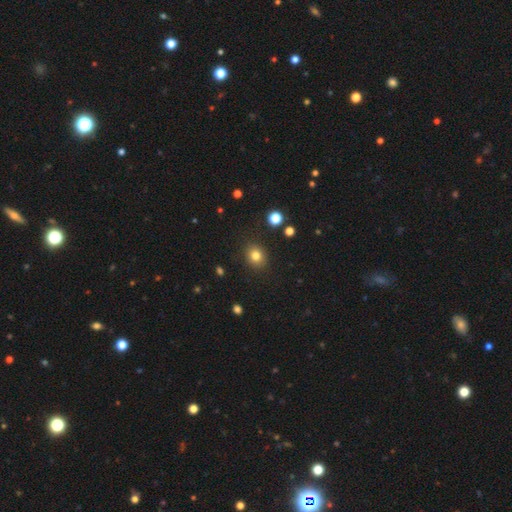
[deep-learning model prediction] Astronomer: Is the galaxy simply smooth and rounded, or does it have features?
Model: smooth — 81%.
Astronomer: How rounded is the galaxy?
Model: round — 71%.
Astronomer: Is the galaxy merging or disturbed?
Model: none — 89%.